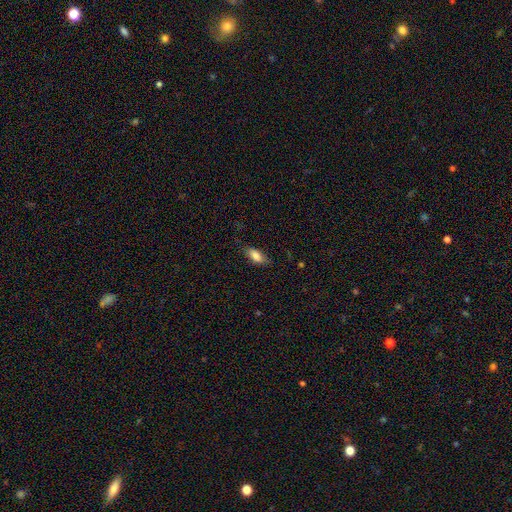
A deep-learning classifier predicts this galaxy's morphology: A smooth galaxy with no disk features (82%) that is in between round and cigar-shaped (81%). Merging: none (77%).